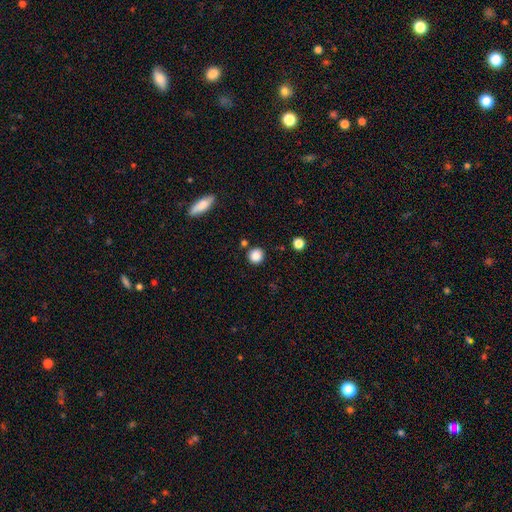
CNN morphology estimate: Smooth or featured: smooth — 86% (star or artifact — 11%)
How rounded: round — 92% (in between — 7%)
Merging: none — 87% (minor disturbance — 7%)